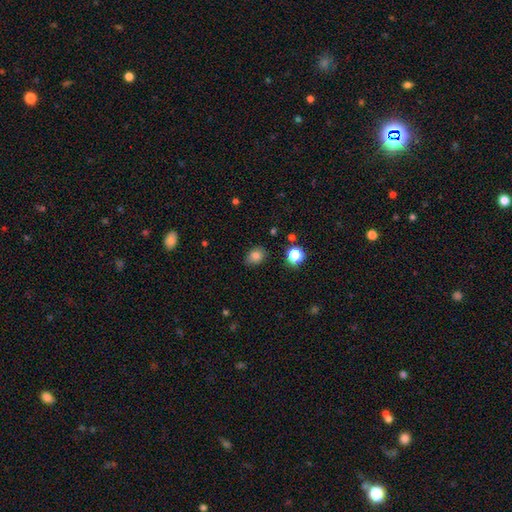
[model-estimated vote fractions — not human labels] A smooth galaxy with no disk features (80%) that is in between round and cigar-shaped (61%).

Vote fractions:
- Smooth or featured? smooth: 80% / star or artifact: 13% / featured or disk: 7%
- How rounded? in between: 61% / round: 38% / cigar-shaped: 1%
- Merging? none: 78% / minor disturbance: 16% / major disturbance: 3% / merger: 2%